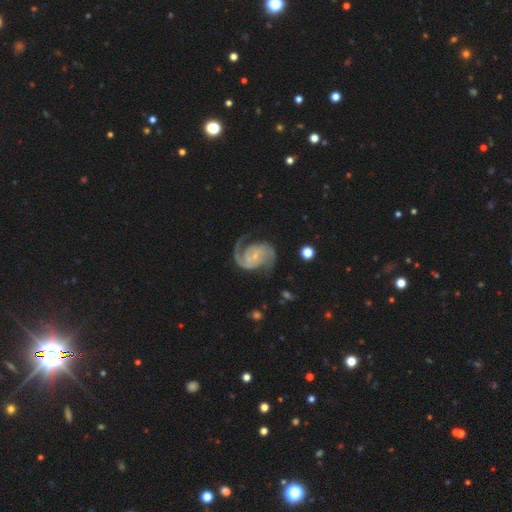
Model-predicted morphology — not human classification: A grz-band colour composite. It shows a featured or disk galaxy (92%) with no bar (60%), 2 (89%) medium (54%) spiral arms (98%) and a small central bulge (76%). Merging: none (72%).